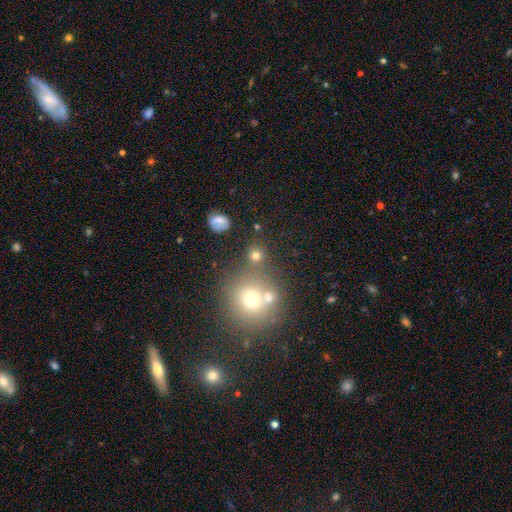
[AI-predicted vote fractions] smooth_or_featured: smooth (p=0.73) [alt: star or artifact p=0.18]
how_rounded: round (p=0.86) [alt: in between p=0.13]
merging: none (p=0.68) [alt: merger p=0.19]